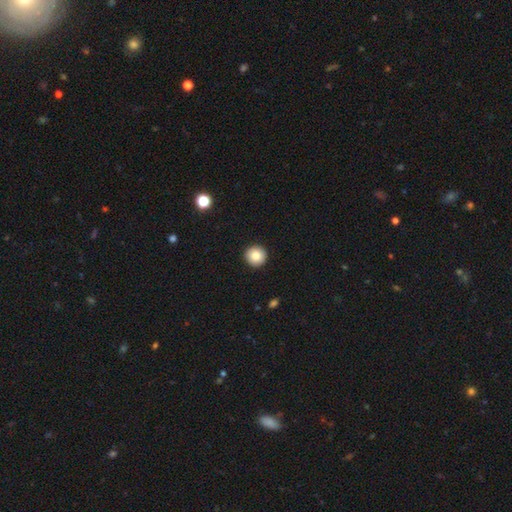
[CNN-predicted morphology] This appears to be a smooth galaxy with no disk features (84%) that is round (95%). Merging: none (93%).